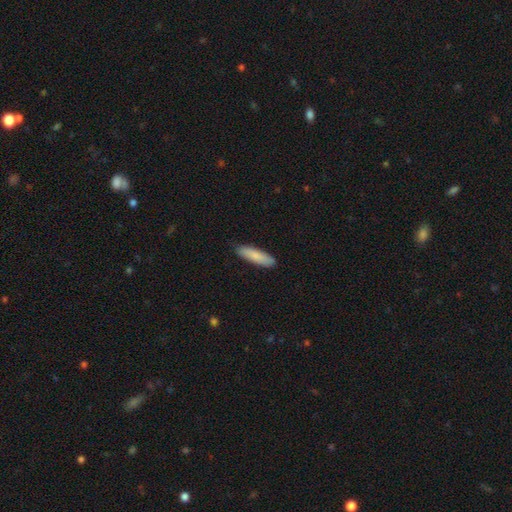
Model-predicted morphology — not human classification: A smooth galaxy with no disk features (85%) that is cigar-shaped (67%).

Vote fractions:
- Smooth or featured? smooth: 85% / featured or disk: 10% / star or artifact: 5%
- How rounded? cigar-shaped: 67% / in between: 32% / round: 1%
- Merging? none: 88% / minor disturbance: 9% / major disturbance: 2% / merger: 1%